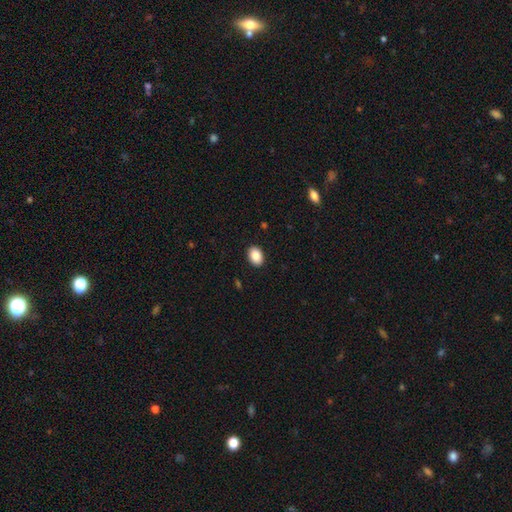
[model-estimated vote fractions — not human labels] Smooth or featured? smooth (88%)
How rounded? in between (80%)
Merging? none (91%)